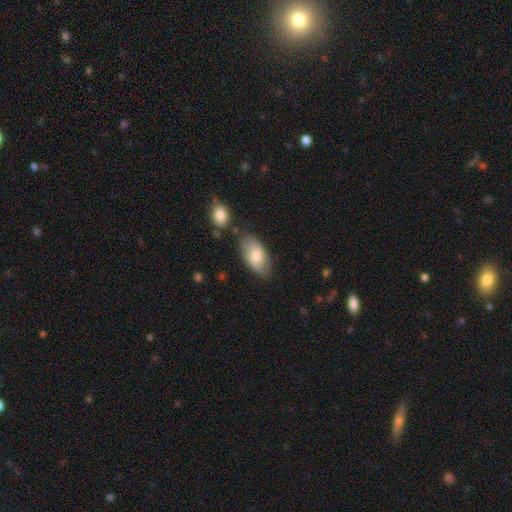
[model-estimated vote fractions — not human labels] Q: Smooth or featured?
A: smooth (76%); runner-up: featured or disk (18%)
Q: How rounded?
A: in between (93%); runner-up: cigar-shaped (3%)
Q: Merging?
A: none (70%); runner-up: minor disturbance (19%)